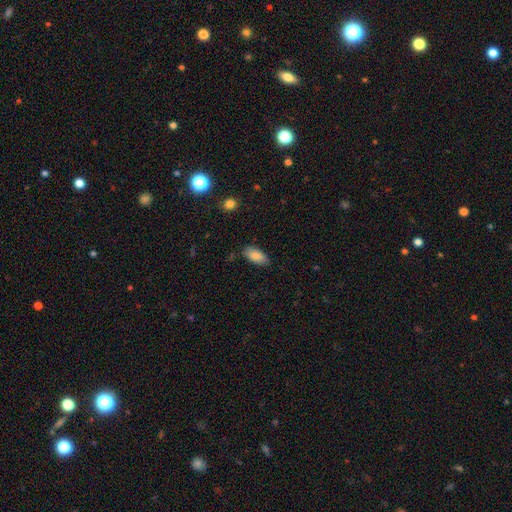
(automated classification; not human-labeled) Smooth or featured?
  - smooth: 87% *
  - star or artifact: 7%
  - featured or disk: 6%
How rounded?
  - in between: 90% *
  - cigar-shaped: 8%
  - round: 2%
Merging?
  - none: 81% *
  - minor disturbance: 15%
  - major disturbance: 3%
  - merger: 2%